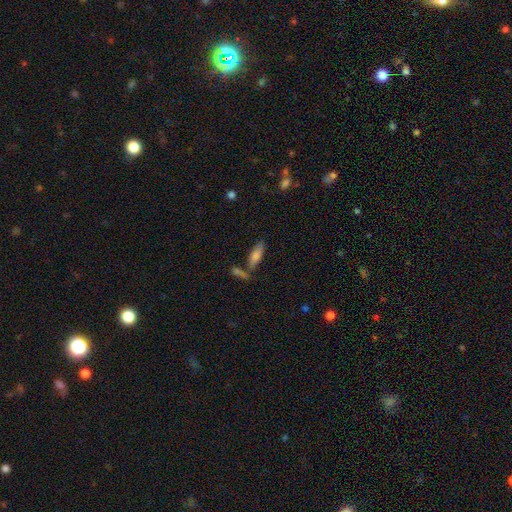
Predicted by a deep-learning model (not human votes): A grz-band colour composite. It shows a smooth galaxy with no disk features (69%) that is in between round and cigar-shaped (52%). Merging: none (68%).